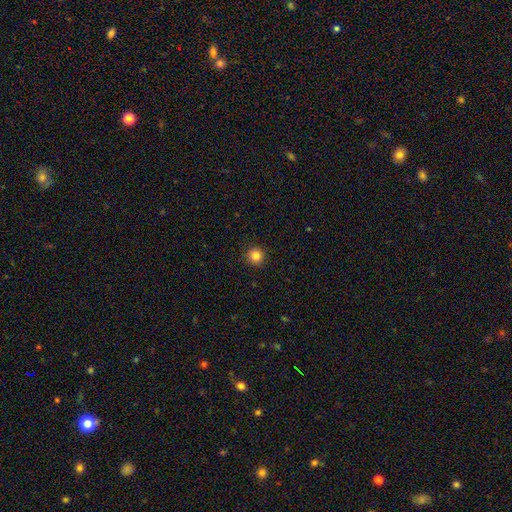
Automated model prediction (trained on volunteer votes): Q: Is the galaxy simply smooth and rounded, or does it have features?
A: smooth — 85%.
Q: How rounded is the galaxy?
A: round — 94%.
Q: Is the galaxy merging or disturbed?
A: none — 91%.